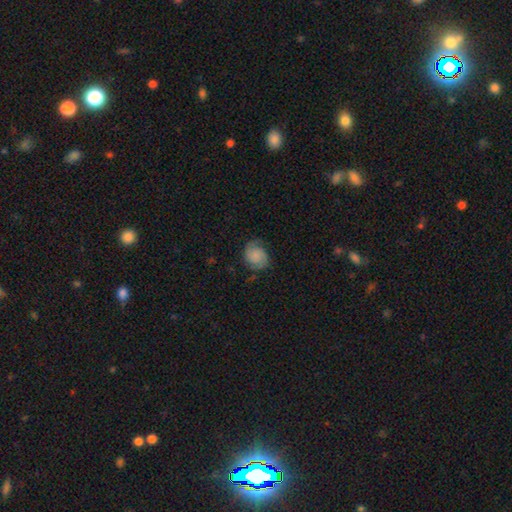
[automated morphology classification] featured or disk 46%, smooth 45%, star or artifact 9%. Down the decision tree: merging — none (67%).